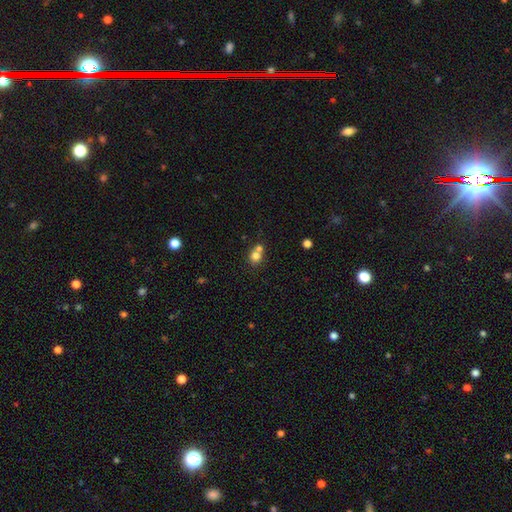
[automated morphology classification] A smooth galaxy with no disk features (76%) that is round (83%).

Vote fractions:
- Smooth or featured? smooth: 76% / star or artifact: 13% / featured or disk: 11%
- How rounded? round: 83% / in between: 16% / cigar-shaped: 1%
- Merging? merger: 48% / none: 43% / minor disturbance: 7% / major disturbance: 3%